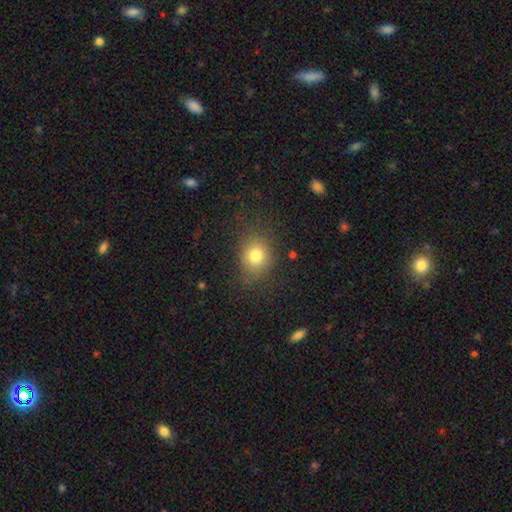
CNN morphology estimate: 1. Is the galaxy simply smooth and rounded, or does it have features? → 78% smooth, 13% star or artifact, 9% featured or disk.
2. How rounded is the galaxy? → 63% round, 36% in between, 1% cigar-shaped.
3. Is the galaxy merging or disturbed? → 76% none, 16% minor disturbance, 6% major disturbance, 2% merger.